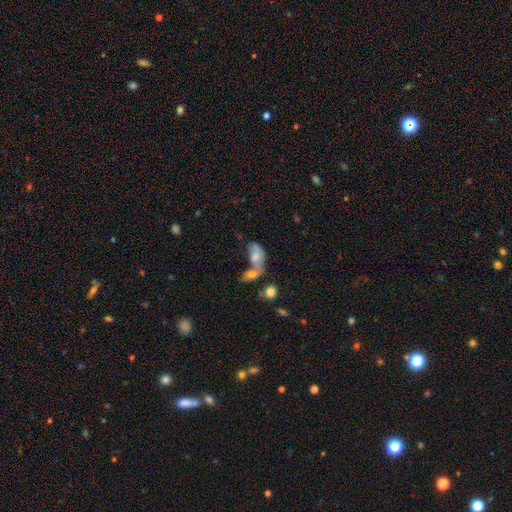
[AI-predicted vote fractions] Overall: smooth (61%; featured or disk 30%). How rounded: in between (88%). Merging: merger (56%; none 17%).